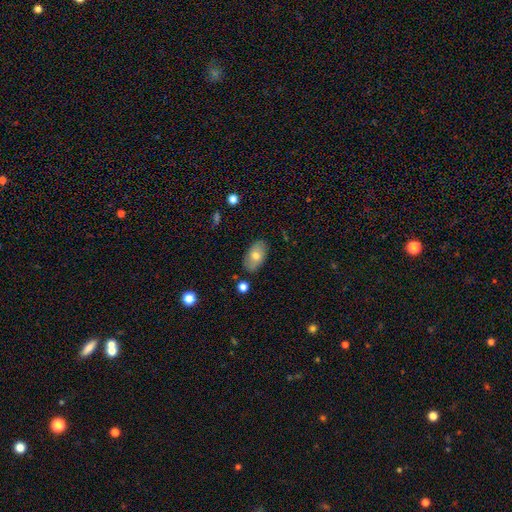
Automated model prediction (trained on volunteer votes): Overall: smooth (69%). How rounded: in between (93%). Merging: none (83%).